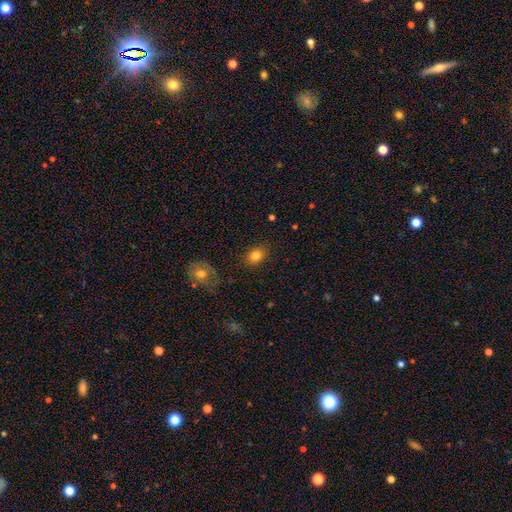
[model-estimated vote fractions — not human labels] smooth_or_featured: smooth (p=0.82) [alt: star or artifact p=0.10]
how_rounded: in between (p=0.62) [alt: round p=0.37]
merging: none (p=0.85) [alt: minor disturbance p=0.10]